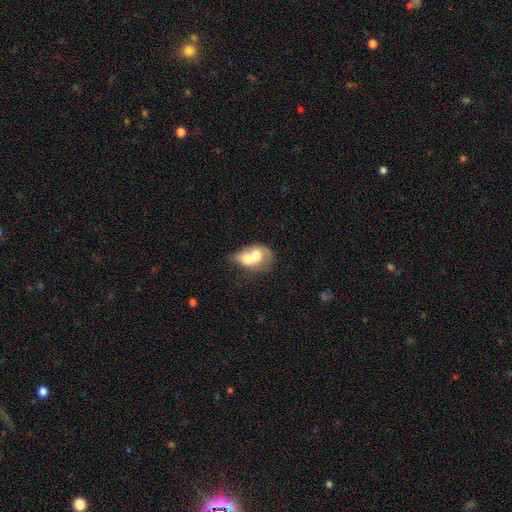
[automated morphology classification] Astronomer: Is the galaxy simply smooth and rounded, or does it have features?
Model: smooth — 60%.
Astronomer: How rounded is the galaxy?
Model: in between — 60% (runner-up: round, 39%).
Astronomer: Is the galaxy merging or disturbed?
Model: merger — 78%.